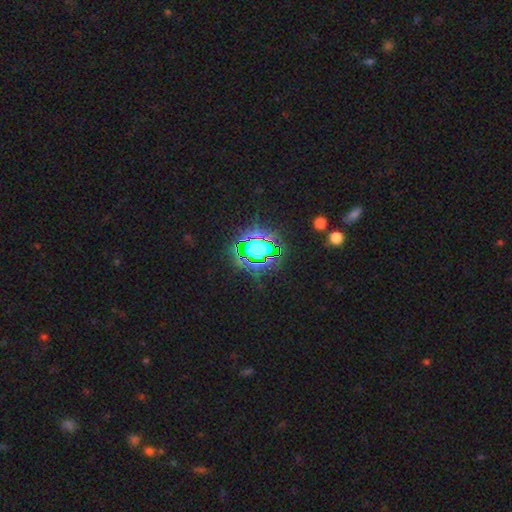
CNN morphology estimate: The model was most divided on "smooth or featured": star or artifact: 79%, smooth: 13%, featured or disk: 8%.